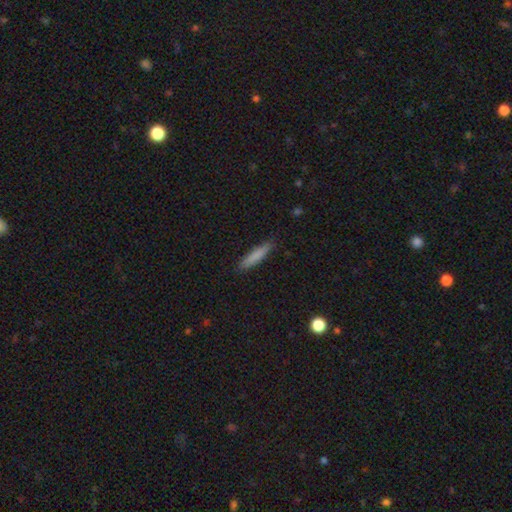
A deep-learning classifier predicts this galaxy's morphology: Smooth or featured? smooth (81%)
How rounded? cigar-shaped (88%)
Merging? none (87%)